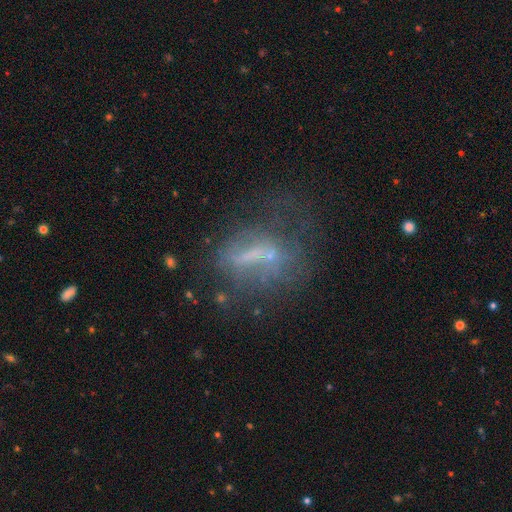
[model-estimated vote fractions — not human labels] Smooth or featured? featured or disk (50%)
Merging? none (42%)